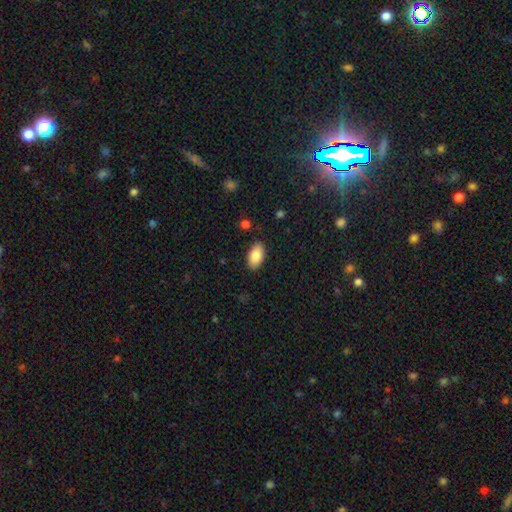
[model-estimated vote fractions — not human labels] This is clearly a smooth galaxy (83%). How rounded: clearly in between (94%). Merging: clearly none (87%).